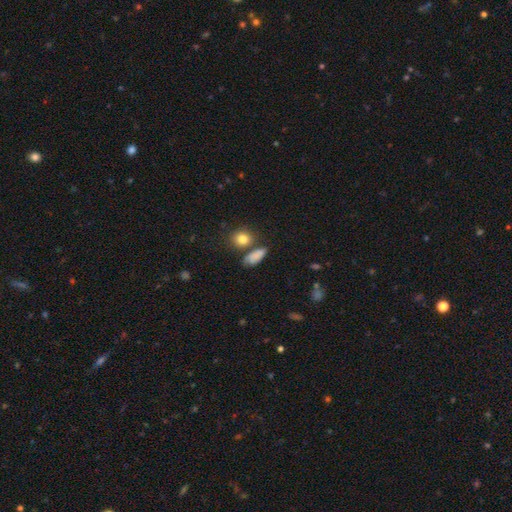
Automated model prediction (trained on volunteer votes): Overall: smooth (78%). How rounded: in between (68%). Merging: none (59%; minor disturbance 19%).